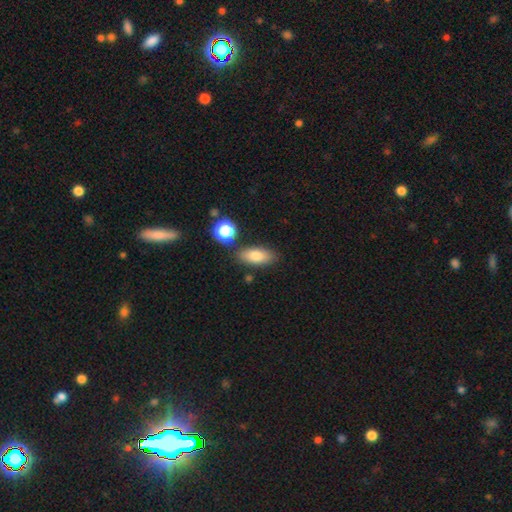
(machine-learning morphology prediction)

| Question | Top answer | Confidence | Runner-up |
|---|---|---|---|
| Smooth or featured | smooth | 78% | featured or disk (13%) |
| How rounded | in between | 81% | cigar-shaped (14%) |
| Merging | none | 80% | minor disturbance (11%) |